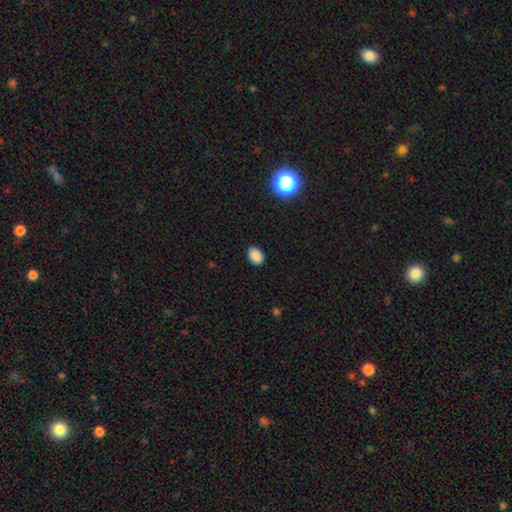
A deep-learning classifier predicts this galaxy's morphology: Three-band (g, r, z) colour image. It shows a smooth galaxy with no disk features (87%) that is in between round and cigar-shaped (75%). Merging: none (89%).